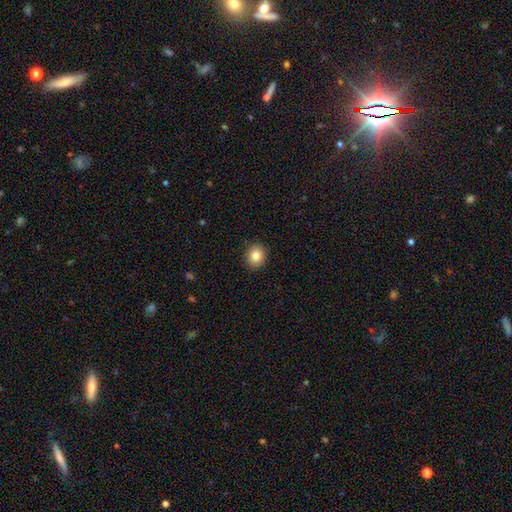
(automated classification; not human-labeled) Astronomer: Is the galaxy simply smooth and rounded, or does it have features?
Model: smooth — 82%.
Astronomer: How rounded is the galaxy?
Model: round — 75%.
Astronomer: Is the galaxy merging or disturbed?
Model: none — 91%.